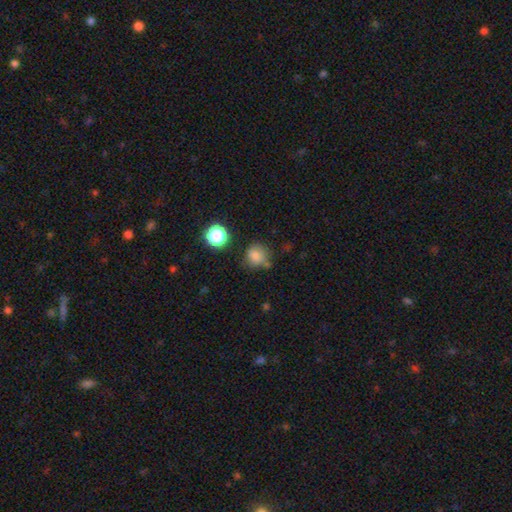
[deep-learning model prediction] Morphology: type=smooth (81%); roundness=round (88%); merging=none (70%).